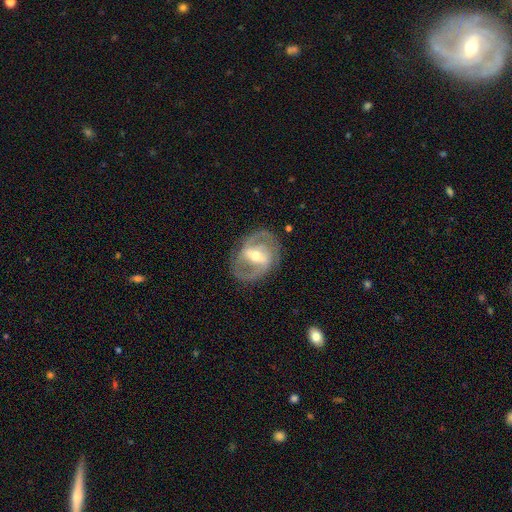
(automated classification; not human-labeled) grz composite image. It shows a featured or disk galaxy (86%) with a strong bar (56%), 2 (83%) medium (53%) spiral arms (90%) and a moderate central bulge (56%). Merging: none (78%).